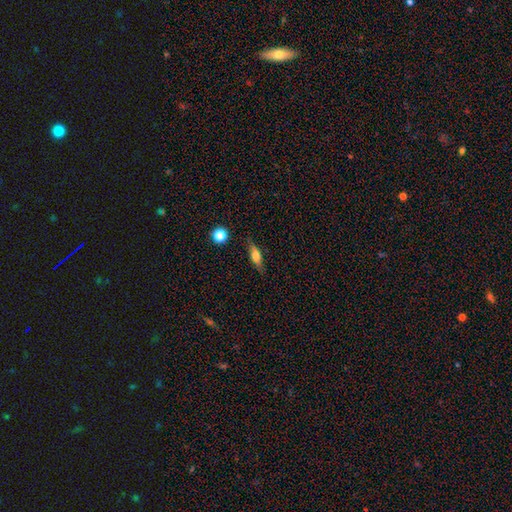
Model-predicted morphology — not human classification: Overall: smooth (54%; featured or disk 37%). How rounded: cigar-shaped (50%; in between 45%). Merging: none (82%).